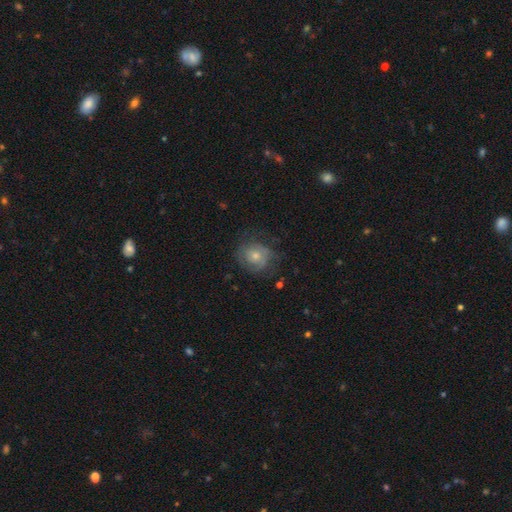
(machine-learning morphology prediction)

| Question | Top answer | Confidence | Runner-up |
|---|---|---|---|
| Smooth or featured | smooth | 49% | featured or disk (43%) |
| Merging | none | 61% | minor disturbance (23%) |